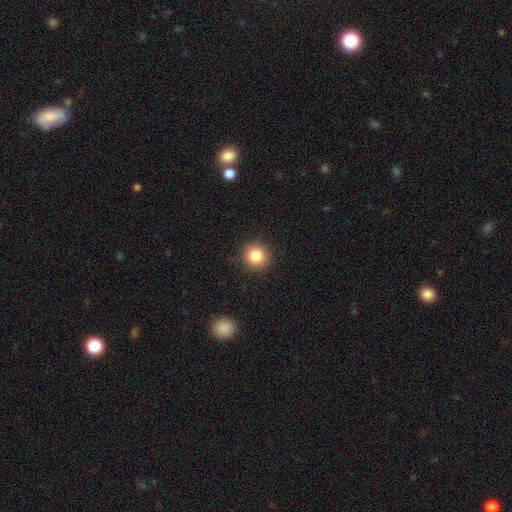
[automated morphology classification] The model was most divided on "smooth or featured": smooth: 84%, star or artifact: 10%, featured or disk: 5%. More confident: how rounded — round (93%); merging — none (91%).